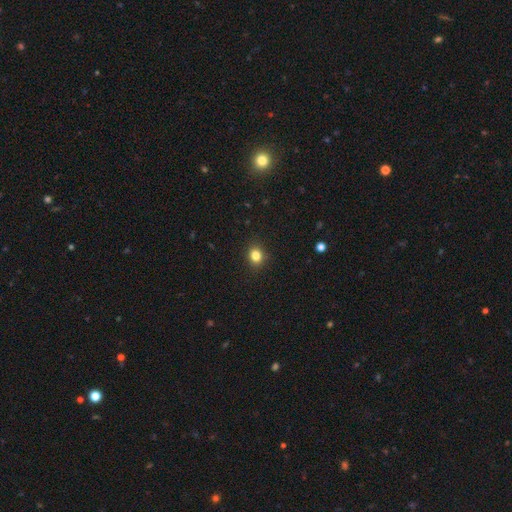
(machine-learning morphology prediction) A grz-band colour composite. It shows a smooth galaxy with no disk features (83%) that is round (70%). Merging: none (90%).